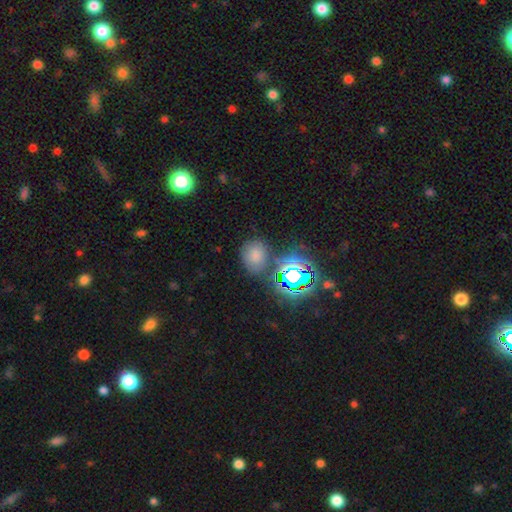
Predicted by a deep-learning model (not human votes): This appears to be a smooth galaxy with no disk features (64%) that is round (59%). Merging: none (70%).